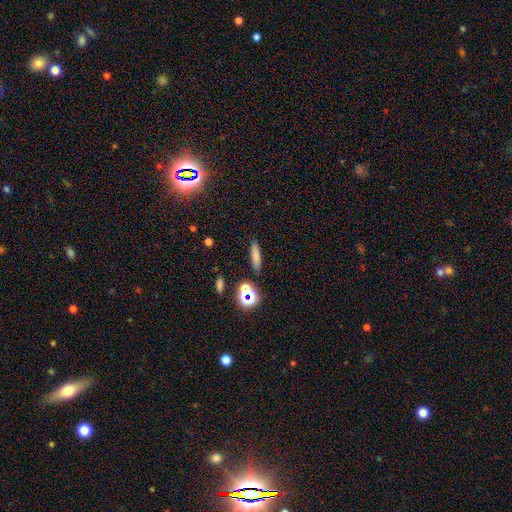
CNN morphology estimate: Smooth or featured?
  - smooth: 74% *
  - star or artifact: 15%
  - featured or disk: 11%
How rounded?
  - cigar-shaped: 78% *
  - in between: 17%
  - round: 5%
Merging?
  - none: 87% *
  - minor disturbance: 7%
  - merger: 3%
  - major disturbance: 2%